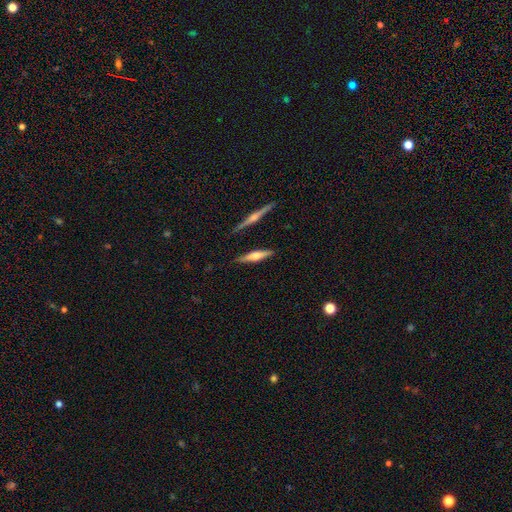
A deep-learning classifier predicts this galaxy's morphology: Q: Smooth or featured?
A: featured or disk (58%); runner-up: smooth (36%)
Q: Edge-on disk?
A: yes (97%); runner-up: no (3%)
Q: Edge-on bulge?
A: rounded (72%); runner-up: boxy (21%)
Q: Merging?
A: none (82%); runner-up: minor disturbance (11%)